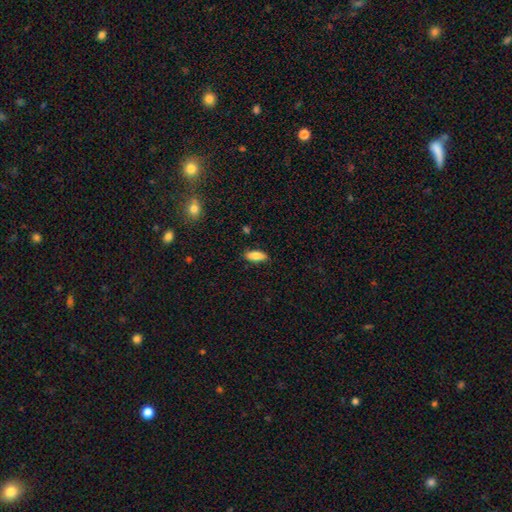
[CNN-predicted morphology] Smooth or featured? smooth (85%)
How rounded? in between (73%)
Merging? none (86%)